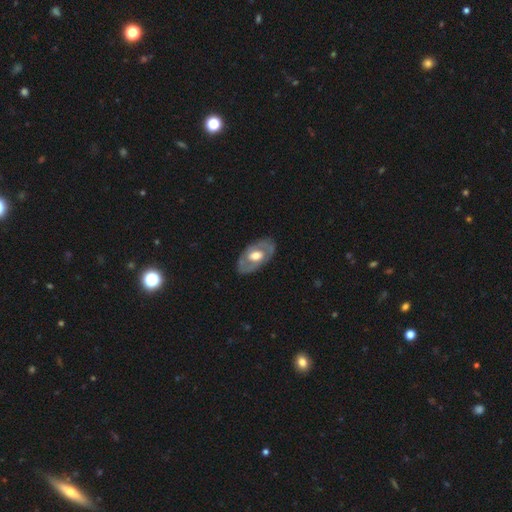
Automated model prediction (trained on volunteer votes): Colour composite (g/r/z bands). It shows a featured or disk galaxy (61%) with no bar (67%), no spiral arms (65%) and a moderate central bulge (58%). Merging: none (79%).